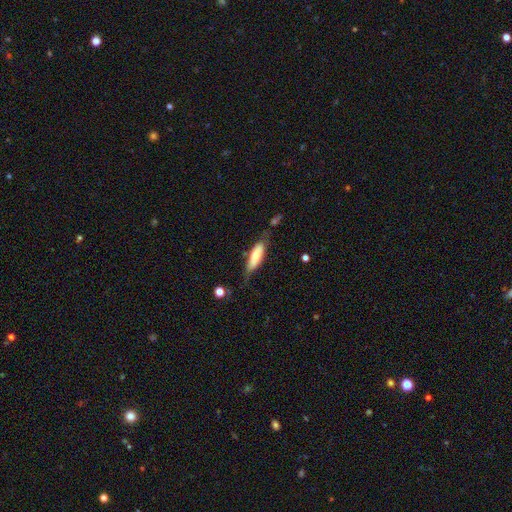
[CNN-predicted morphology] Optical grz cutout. It shows a smooth galaxy with no disk features (67%) that is in between round and cigar-shaped (51%). Merging: none (63%).